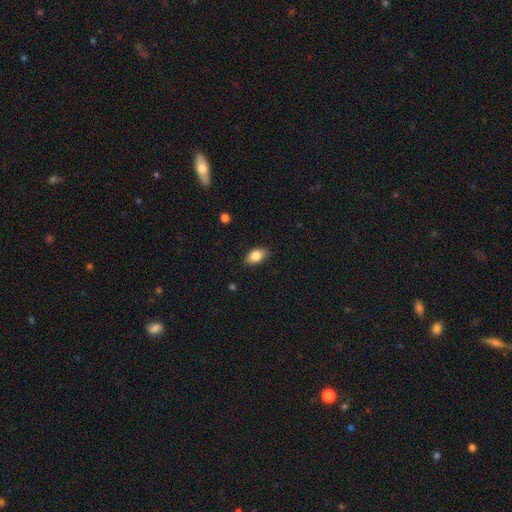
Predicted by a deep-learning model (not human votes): Morphology: type=smooth (83%); roundness=in between (89%); merging=none (84%).